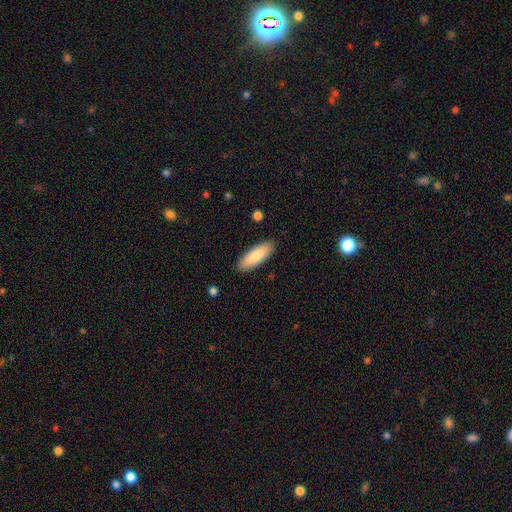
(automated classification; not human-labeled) A smooth galaxy with no disk features (81%) that is in between round and cigar-shaped (67%). Merging: none (89%).